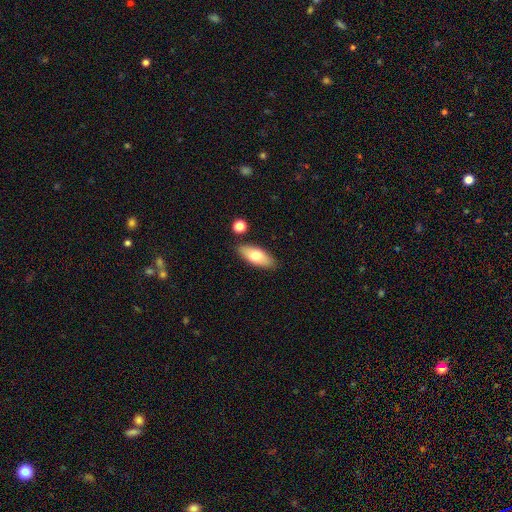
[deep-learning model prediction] smooth_or_featured: smooth (p=0.73) [alt: featured or disk p=0.21]
how_rounded: in between (p=0.80) [alt: cigar-shaped p=0.17]
merging: none (p=0.84) [alt: minor disturbance p=0.10]